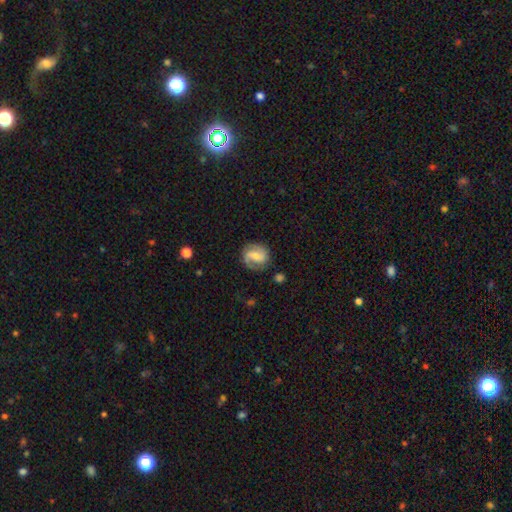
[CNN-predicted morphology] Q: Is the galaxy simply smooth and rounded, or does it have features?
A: featured or disk — 75%.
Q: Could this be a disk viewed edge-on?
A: no — 98%.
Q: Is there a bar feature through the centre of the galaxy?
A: weak — 48%.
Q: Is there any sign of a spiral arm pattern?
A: yes — 94%.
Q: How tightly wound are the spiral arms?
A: medium — 47%.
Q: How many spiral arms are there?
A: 2 — 86%.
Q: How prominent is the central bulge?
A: small — 42%.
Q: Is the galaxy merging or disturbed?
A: none — 79%.